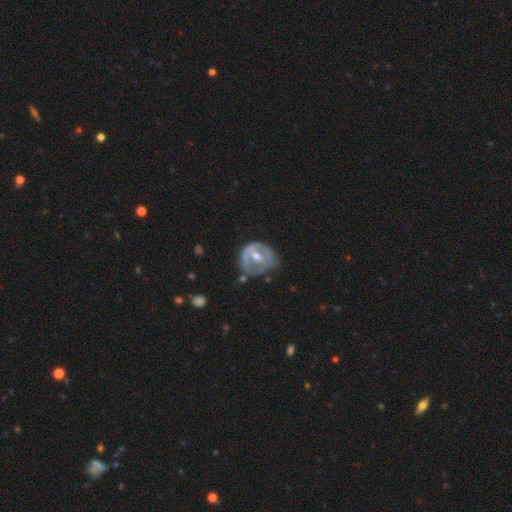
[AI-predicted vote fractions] featured or disk 61%, smooth 32%, star or artifact 6%. Down the decision tree: edge-on disk — no (96%); bar — no (55%); spiral arms — no (65%); bulge size — moderate (73%); merging — none (45%).